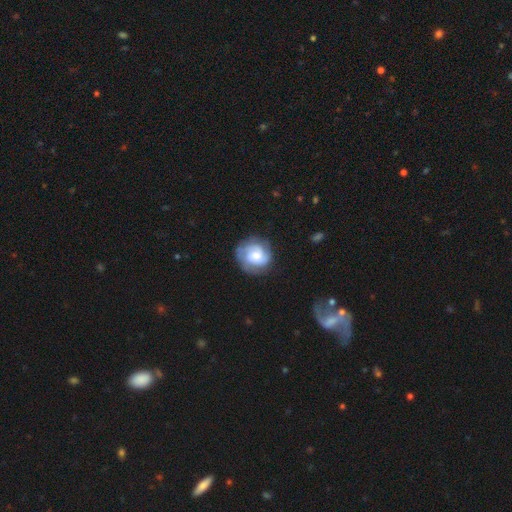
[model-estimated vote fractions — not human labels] A featured or disk galaxy (66%) with no bar (62%), 2 (37%) tight (53%) spiral arms (92%) and a moderate central bulge (41%). Merging: none (73%).